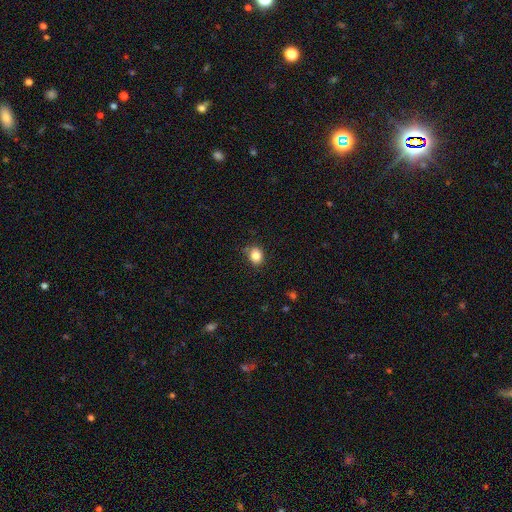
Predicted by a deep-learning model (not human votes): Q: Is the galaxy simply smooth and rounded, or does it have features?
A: smooth — 84%.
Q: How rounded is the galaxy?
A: round — 58%.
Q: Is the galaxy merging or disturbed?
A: none — 84%.